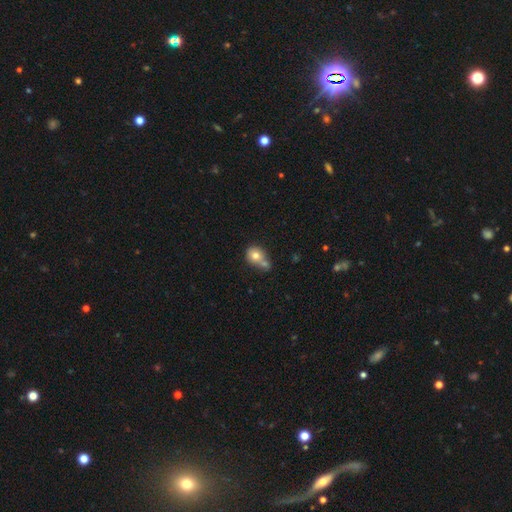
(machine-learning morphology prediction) This appears to be a smooth galaxy with no disk features (74%) that is round (58%). Merging: merger (48%).